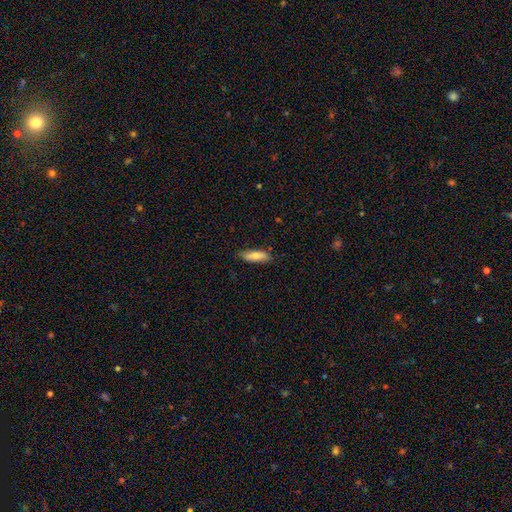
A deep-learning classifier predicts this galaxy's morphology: Smooth or featured?
  - smooth: 75% *
  - featured or disk: 19%
  - star or artifact: 6%
How rounded?
  - in between: 51% *
  - cigar-shaped: 47%
  - round: 2%
Merging?
  - none: 84% *
  - minor disturbance: 13%
  - major disturbance: 2%
  - merger: 1%